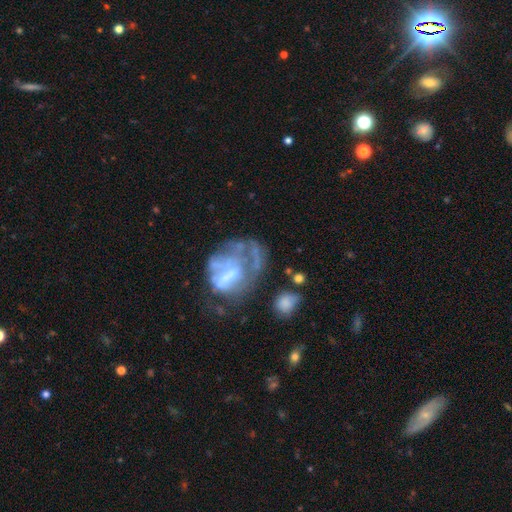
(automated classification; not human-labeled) This appears to be a featured or disk galaxy (62%) with no bar (62%), no spiral arms (73%) and no central bulge (47%). Merging: major disturbance (42%).